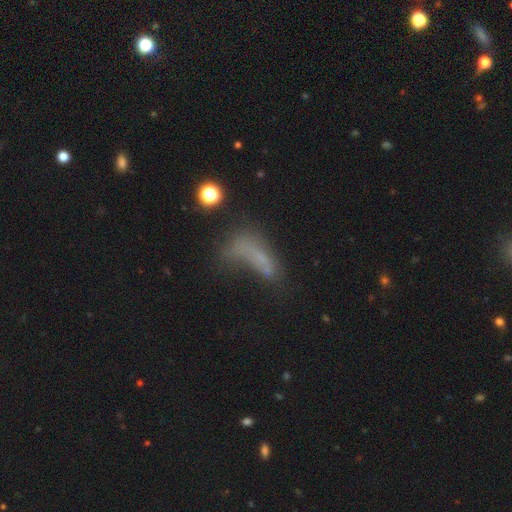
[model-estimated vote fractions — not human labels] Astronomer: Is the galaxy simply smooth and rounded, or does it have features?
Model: smooth — 53%.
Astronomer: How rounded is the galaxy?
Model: in between — 57% (runner-up: cigar-shaped, 35%).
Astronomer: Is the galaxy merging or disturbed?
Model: major disturbance — 40% (runner-up: none, 27%).